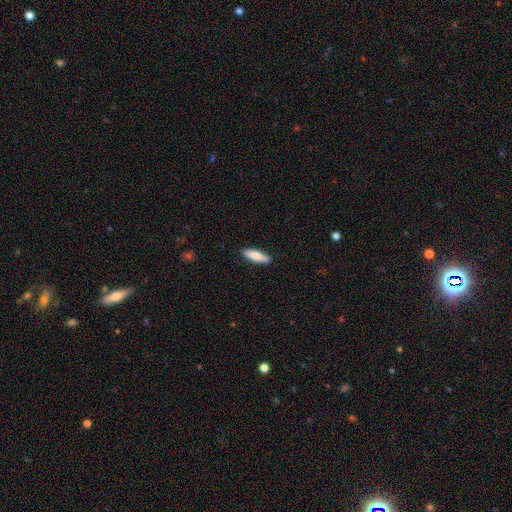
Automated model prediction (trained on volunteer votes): smooth_or_featured: smooth (p=0.79) [alt: featured or disk p=0.15]
how_rounded: cigar-shaped (p=0.57) [alt: in between p=0.41]
merging: none (p=0.87) [alt: minor disturbance p=0.10]